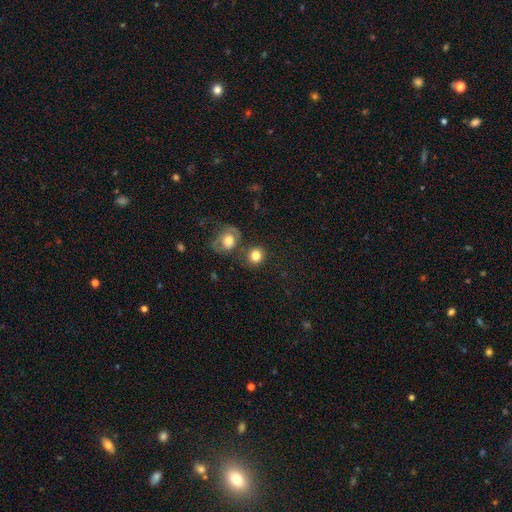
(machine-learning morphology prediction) This is clearly a smooth galaxy (80%). How rounded: clearly round (81%). Merging: likely none (69%).